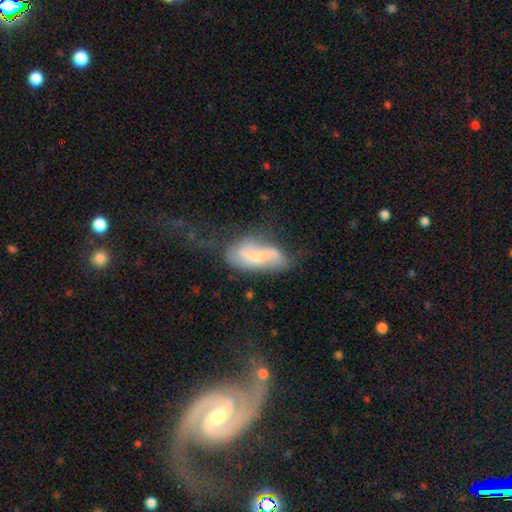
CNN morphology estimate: This appears to be a featured or disk galaxy (56%) with no bar (45%), spiral arms (68%) and a small central bulge (46%). Merging: none (38%).